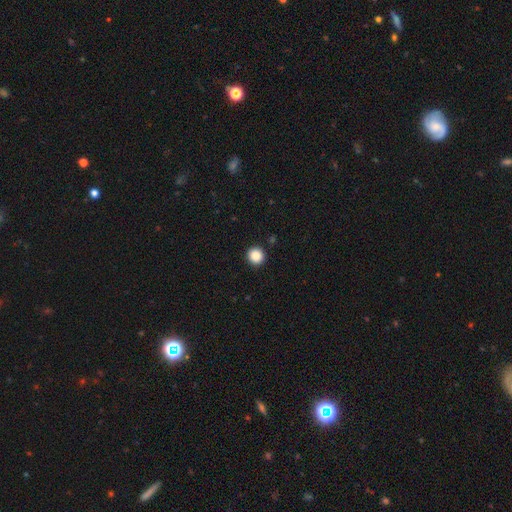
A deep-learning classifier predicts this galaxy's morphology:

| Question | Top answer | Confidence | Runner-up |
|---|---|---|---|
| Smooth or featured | smooth | 87% | star or artifact (10%) |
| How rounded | round | 94% | in between (5%) |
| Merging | none | 93% | minor disturbance (5%) |